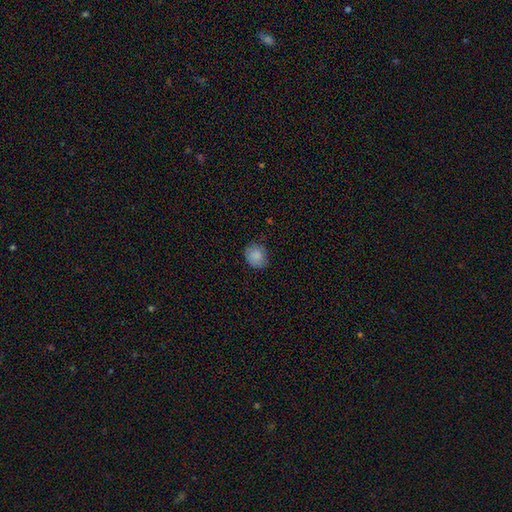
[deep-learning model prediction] A smooth galaxy with no disk features (86%) that is round (71%).

Vote fractions:
- Smooth or featured? smooth: 86% / star or artifact: 9% / featured or disk: 5%
- How rounded? round: 71% / in between: 28% / cigar-shaped: 1%
- Merging? none: 80% / minor disturbance: 16% / major disturbance: 3% / merger: 1%